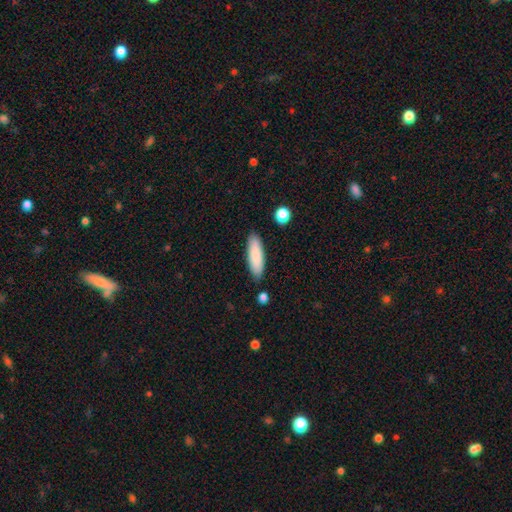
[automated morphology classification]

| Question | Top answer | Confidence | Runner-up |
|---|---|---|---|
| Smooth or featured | smooth | 86% | featured or disk (9%) |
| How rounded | cigar-shaped | 56% | in between (43%) |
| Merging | none | 86% | minor disturbance (10%) |